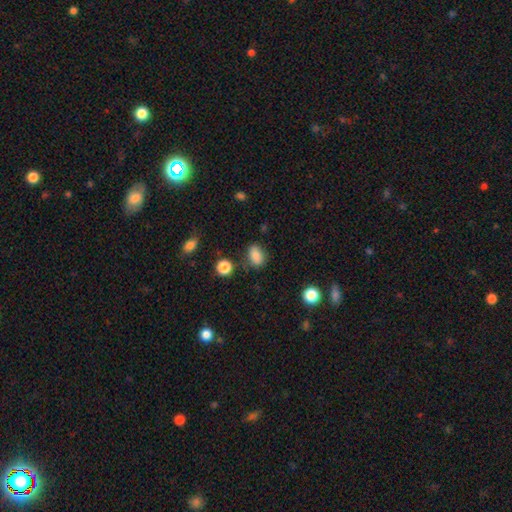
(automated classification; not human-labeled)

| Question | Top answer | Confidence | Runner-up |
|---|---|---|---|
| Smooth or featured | smooth | 84% | star or artifact (10%) |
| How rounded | in between | 79% | round (19%) |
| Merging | none | 73% | minor disturbance (18%) |